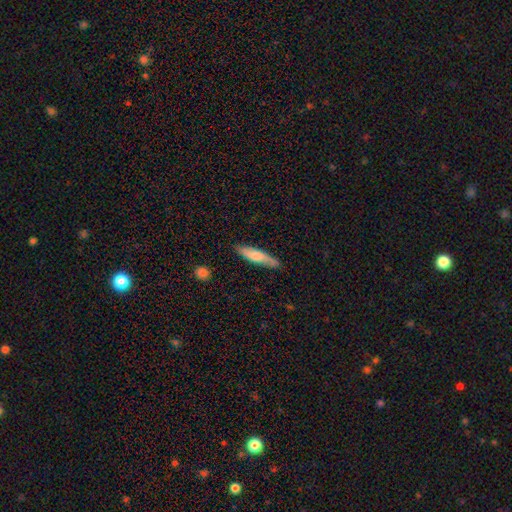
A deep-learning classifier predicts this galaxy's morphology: Smooth or featured? Predicted: smooth (p=0.66). How rounded? Predicted: cigar-shaped (p=0.77). Merging? Predicted: none (p=0.82).